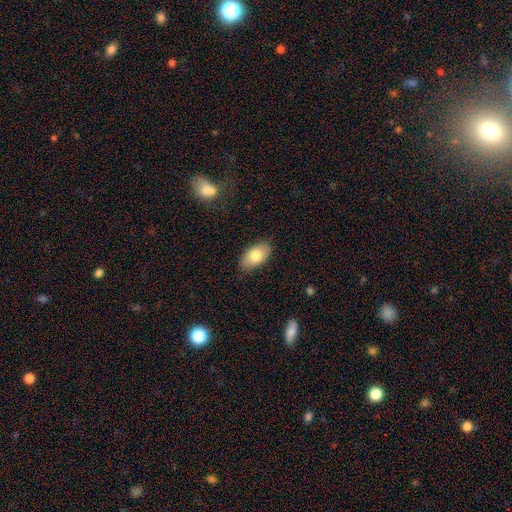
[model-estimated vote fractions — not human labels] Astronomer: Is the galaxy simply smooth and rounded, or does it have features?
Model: smooth — 78%.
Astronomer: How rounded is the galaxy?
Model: in between — 94%.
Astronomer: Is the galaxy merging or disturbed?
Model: none — 85%.